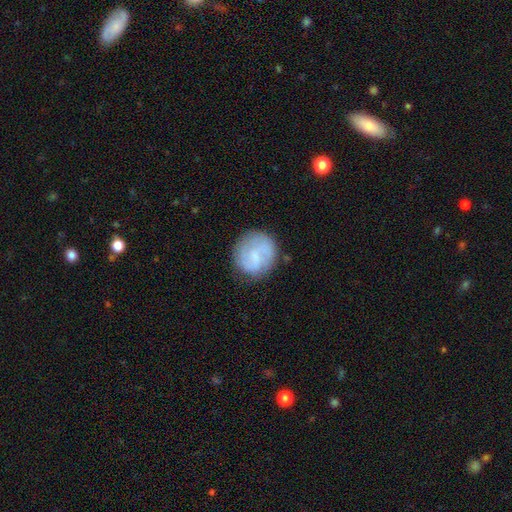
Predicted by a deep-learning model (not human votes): A featured or disk galaxy (49%). Merging: none (75%).